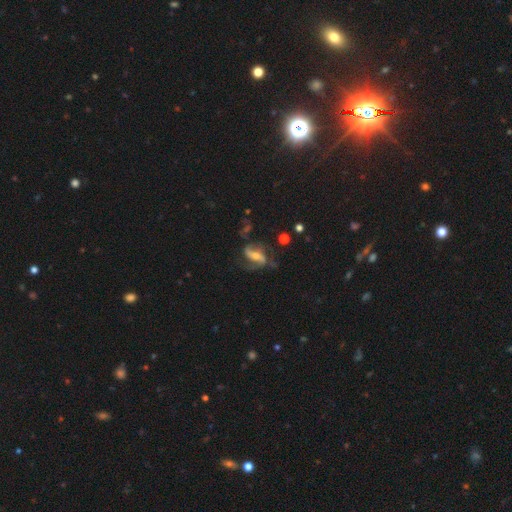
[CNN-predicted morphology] Smooth or featured? Predicted: featured or disk (p=0.82). Edge-on disk? Predicted: no (p=0.95). Bar? Predicted: weak (p=0.37, tied with strong). Spiral arms? Predicted: yes (p=0.93). Spiral winding? Predicted: loose (p=0.47). Spiral arm count? Predicted: 2 (p=0.77). Bulge size? Predicted: small (p=0.44). Merging? Predicted: none (p=0.54).